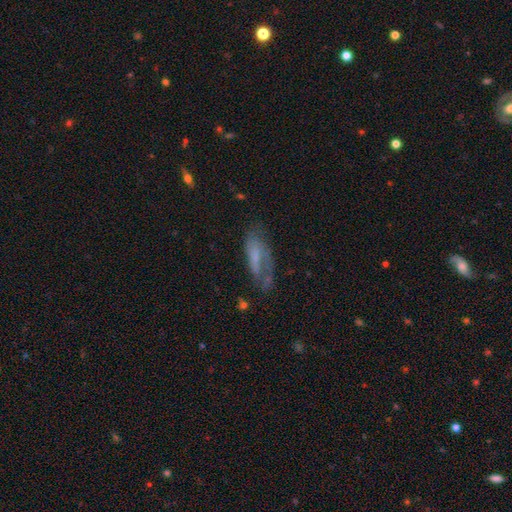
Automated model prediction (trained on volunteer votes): smooth-or-featured: featured or disk: 49% | smooth: 41% | star or artifact: 10%
  merging: none: 42% | major disturbance: 29% | minor disturbance: 25% | merger: 4%